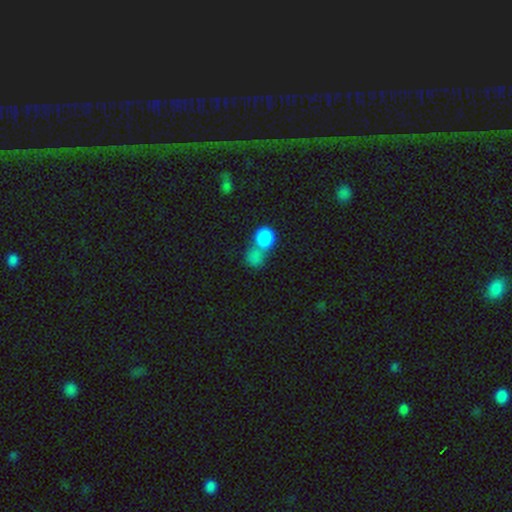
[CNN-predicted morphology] smooth-or-featured: smooth: 81% | star or artifact: 12% | featured or disk: 8%
  how-rounded: round: 72% | in between: 26% | cigar-shaped: 2%
  merging: merger: 52% | none: 30% | major disturbance: 9% | minor disturbance: 9%